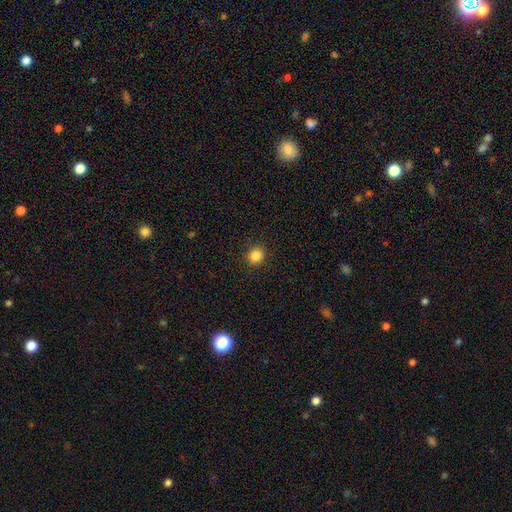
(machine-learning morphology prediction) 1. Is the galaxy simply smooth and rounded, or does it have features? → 85% smooth, 11% star or artifact, 4% featured or disk.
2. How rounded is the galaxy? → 87% round, 12% in between, 1% cigar-shaped.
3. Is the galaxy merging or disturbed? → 92% none, 5% minor disturbance, 2% major disturbance, 1% merger.